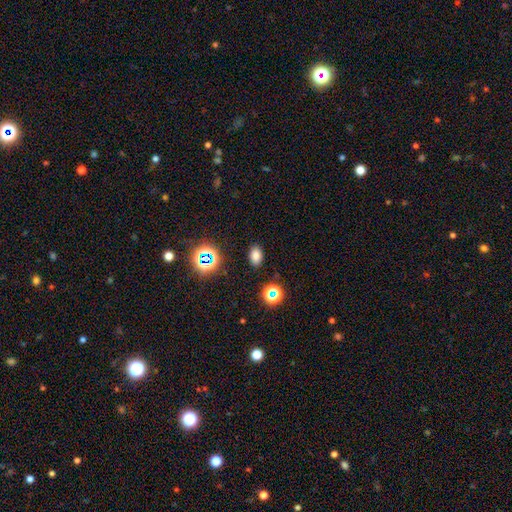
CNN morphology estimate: A smooth galaxy with no disk features (76%) that is in between round and cigar-shaped (82%).

Vote fractions:
- Smooth or featured? smooth: 76% / star or artifact: 18% / featured or disk: 6%
- How rounded? in between: 82% / round: 16% / cigar-shaped: 1%
- Merging? none: 87% / minor disturbance: 8% / major disturbance: 3% / merger: 2%